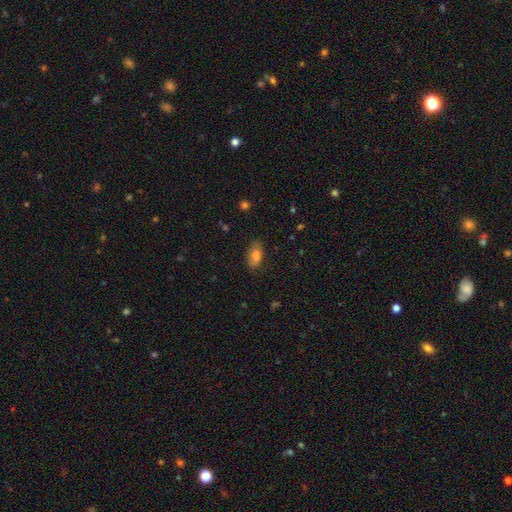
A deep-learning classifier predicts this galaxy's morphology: Smooth or featured: smooth — 82% (featured or disk — 10%)
How rounded: in between — 90% (cigar-shaped — 6%)
Merging: none — 80% (minor disturbance — 15%)